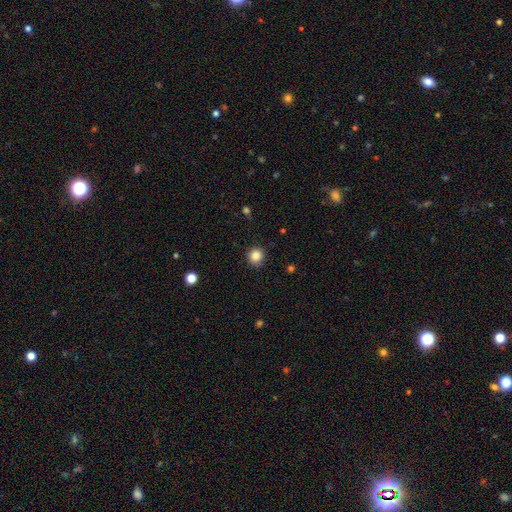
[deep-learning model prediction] This is clearly a smooth galaxy (86%). How rounded: clearly round (90%). Merging: clearly none (88%).